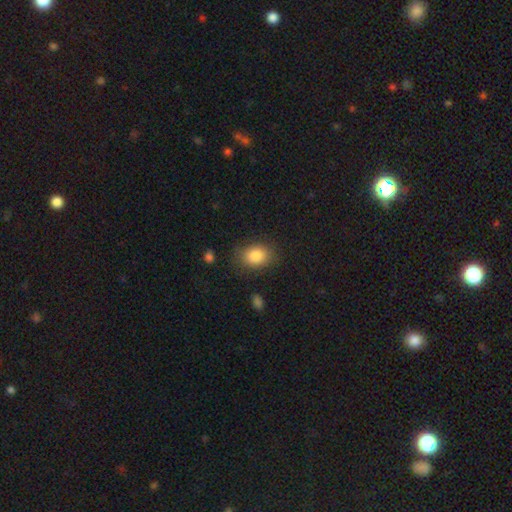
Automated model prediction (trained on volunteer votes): Smooth or featured? Predicted: smooth (p=0.85). How rounded? Predicted: in between (p=0.69). Merging? Predicted: none (p=0.80).